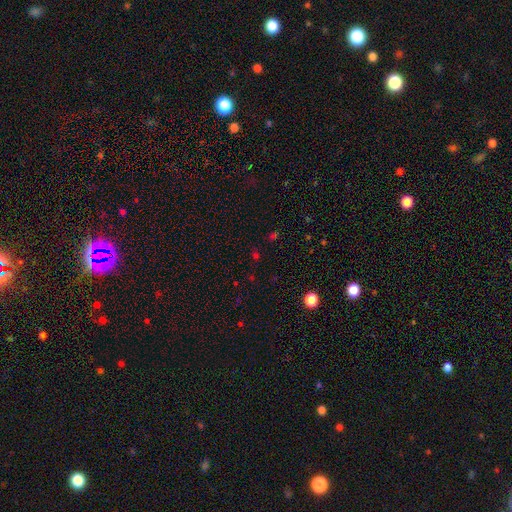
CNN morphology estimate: type=star or artifact (53%).